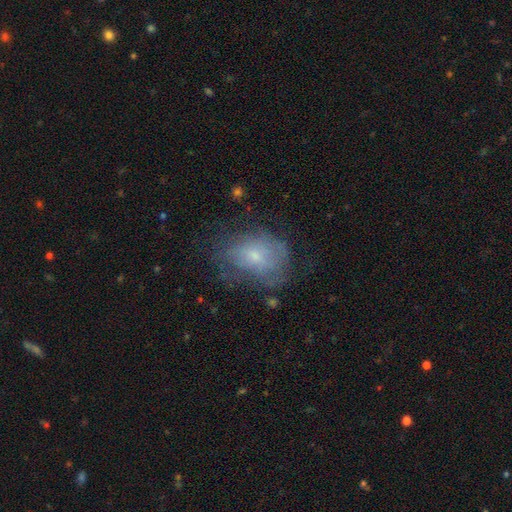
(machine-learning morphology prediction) Q: Smooth or featured?
A: smooth (49%); runner-up: featured or disk (40%)
Q: Merging?
A: none (51%); runner-up: minor disturbance (27%)